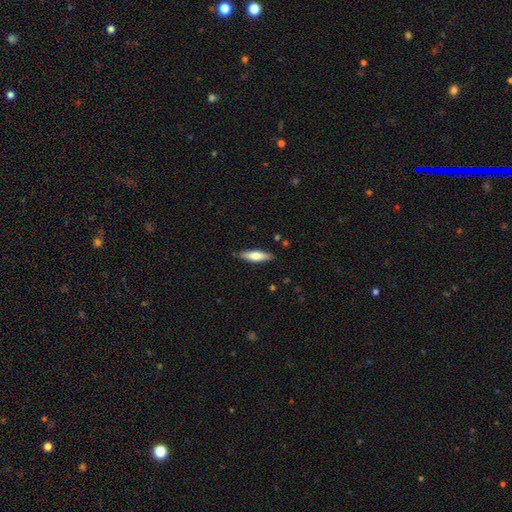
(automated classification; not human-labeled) Morphology: type=smooth (62%); roundness=cigar-shaped (64%); merging=none (85%).